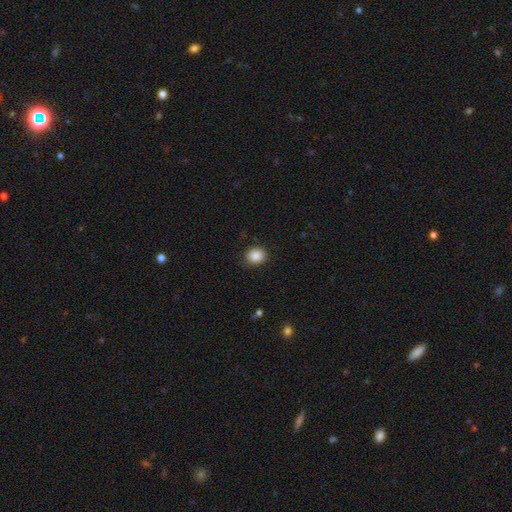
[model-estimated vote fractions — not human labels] Q: Smooth or featured?
A: smooth (88%); runner-up: star or artifact (9%)
Q: How rounded?
A: round (73%); runner-up: in between (26%)
Q: Merging?
A: none (86%); runner-up: minor disturbance (10%)